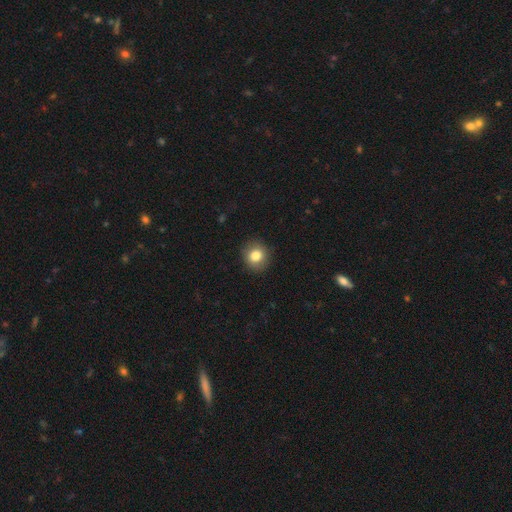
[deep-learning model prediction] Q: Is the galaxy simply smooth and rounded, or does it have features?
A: smooth — 83%.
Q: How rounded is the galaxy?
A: round — 86%.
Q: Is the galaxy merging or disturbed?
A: none — 90%.